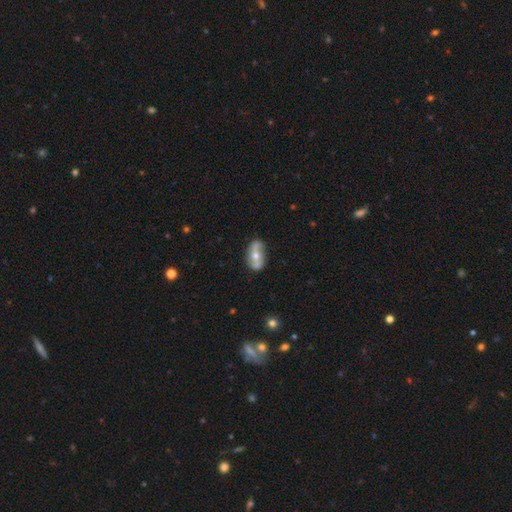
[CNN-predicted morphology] Overall: featured or disk (62%; smooth 31%). Edge-on disk: no (88%). Bar: no (47%; strong 28%). Spiral arms: yes (59%; no 41%). Bulge size: moderate (68%). Merging: none (68%).